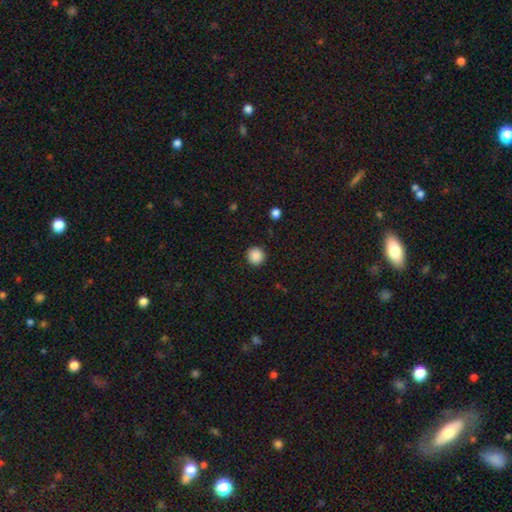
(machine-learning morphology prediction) Smooth or featured: smooth — 88% (star or artifact — 9%)
How rounded: round — 95% (in between — 4%)
Merging: none — 91% (minor disturbance — 6%)